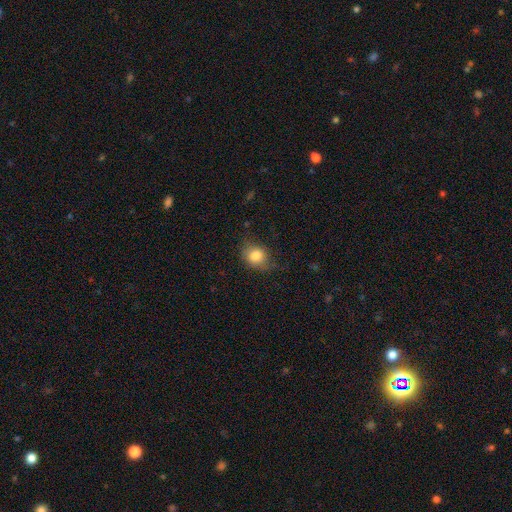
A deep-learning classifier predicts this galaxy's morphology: A smooth galaxy with no disk features (82%) that is round (60%).

Vote fractions:
- Smooth or featured? smooth: 82% / star or artifact: 10% / featured or disk: 9%
- How rounded? round: 60% / in between: 39% / cigar-shaped: 1%
- Merging? none: 64% / minor disturbance: 27% / major disturbance: 8% / merger: 1%